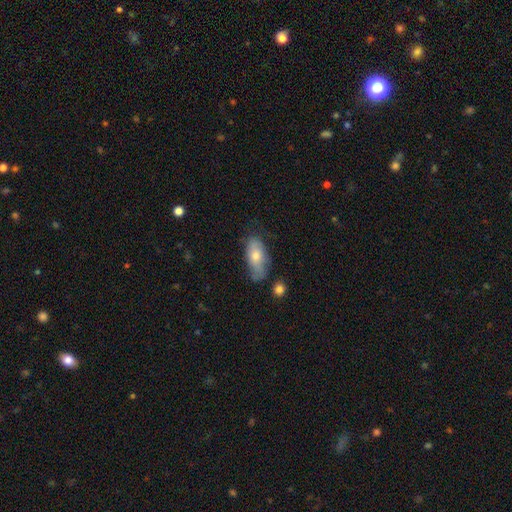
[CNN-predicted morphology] type=smooth (68%); roundness=in between (85%); merging=none (54%).